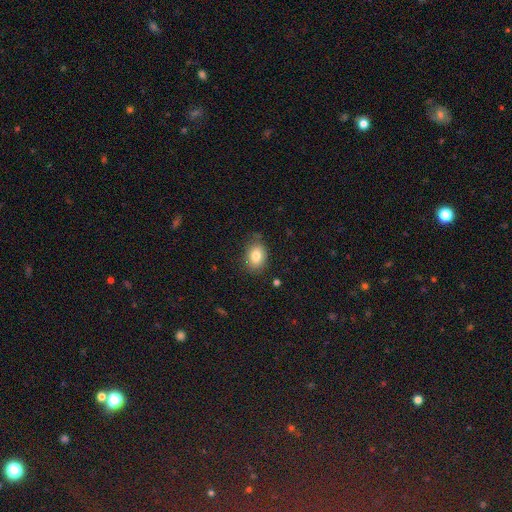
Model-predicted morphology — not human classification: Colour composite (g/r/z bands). It shows a smooth galaxy with no disk features (82%) that is in between round and cigar-shaped (74%). Merging: none (79%).